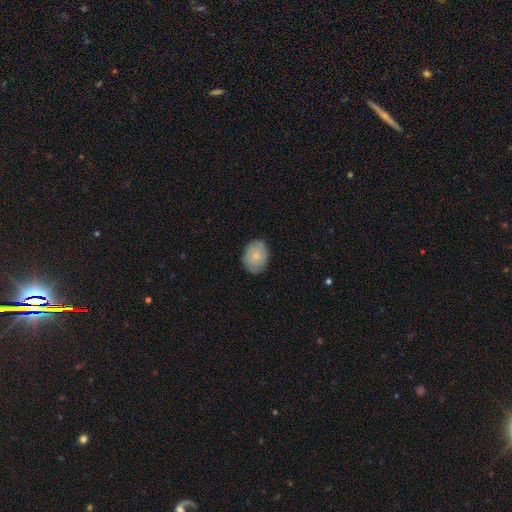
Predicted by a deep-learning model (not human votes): This appears to be a smooth galaxy with no disk features (70%) that is in between round and cigar-shaped (61%). Merging: none (81%).